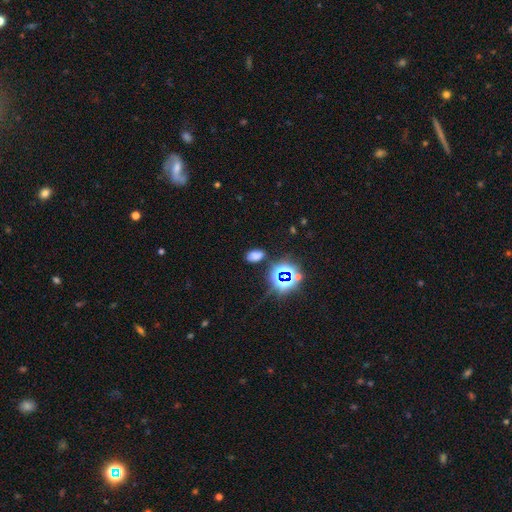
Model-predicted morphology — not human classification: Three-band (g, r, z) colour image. It shows a smooth galaxy with no disk features (61%) that is in between round and cigar-shaped (88%). Merging: none (79%).